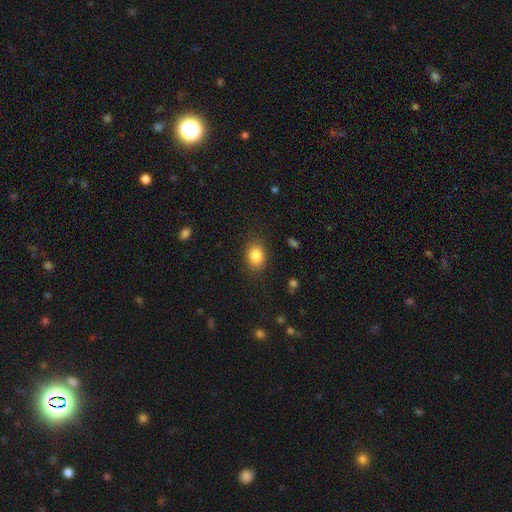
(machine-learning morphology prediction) smooth_or_featured: smooth (p=0.86) [alt: star or artifact p=0.09]
how_rounded: in between (p=0.58) [alt: round p=0.41]
merging: none (p=0.84) [alt: minor disturbance p=0.11]